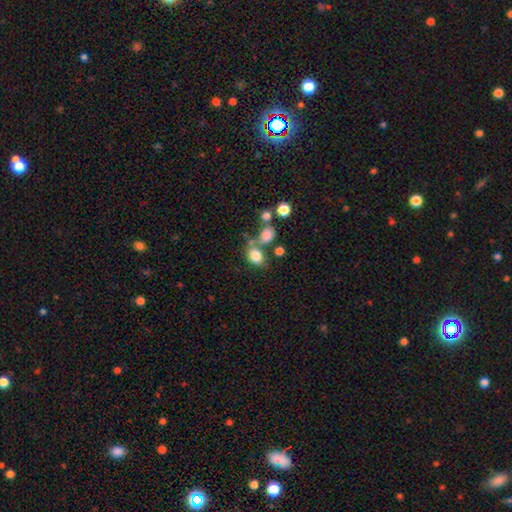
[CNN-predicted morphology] smooth 79%, star or artifact 11%, featured or disk 10%. Down the decision tree: how rounded — in between (60%); merging — none (50%).